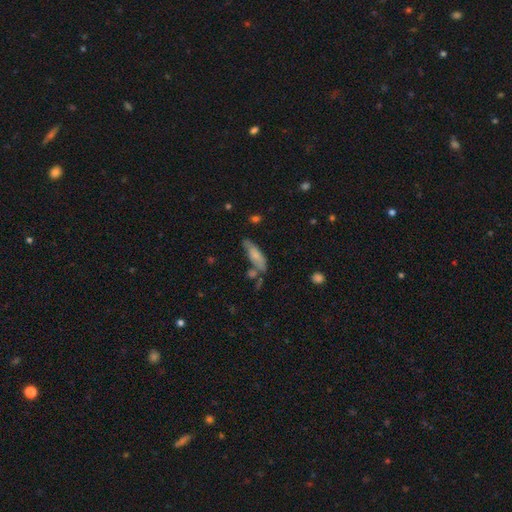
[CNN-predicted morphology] Smooth or featured: smooth — 70% (featured or disk — 23%)
How rounded: cigar-shaped — 49% (tied with in between — 49%)
Merging: none — 53% (minor disturbance — 25%)